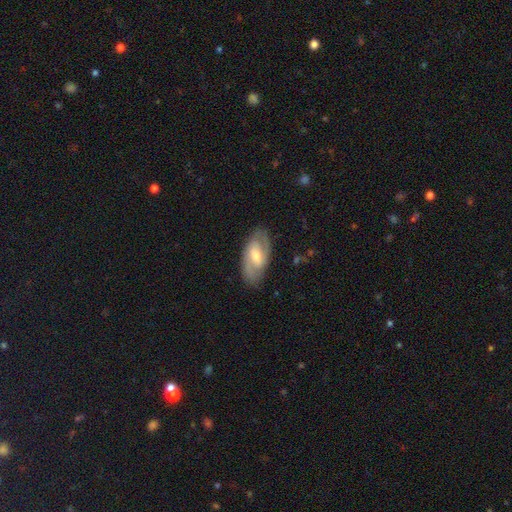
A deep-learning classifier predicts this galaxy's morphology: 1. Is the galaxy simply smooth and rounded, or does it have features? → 69% featured or disk, 25% smooth, 6% star or artifact.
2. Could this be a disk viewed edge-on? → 92% no, 8% yes.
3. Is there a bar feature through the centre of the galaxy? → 49% weak, 29% strong, 22% no.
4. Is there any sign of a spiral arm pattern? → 83% yes, 17% no.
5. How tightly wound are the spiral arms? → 46% medium, 35% tight, 19% loose.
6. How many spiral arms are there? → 80% 2, 13% can't tell, 2% 1, 2% 3, 1% 4, 1% more than 4.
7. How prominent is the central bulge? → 54% moderate, 39% small, 4% large, 2% none, 1% dominant.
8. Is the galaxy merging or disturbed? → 82% none, 13% minor disturbance, 4% major disturbance, 1% merger.